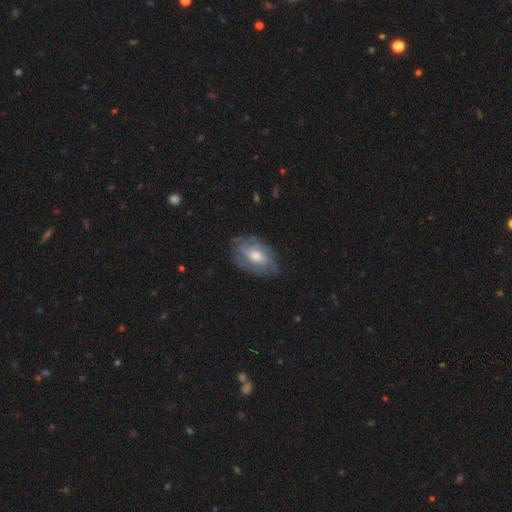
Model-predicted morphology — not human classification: The model was most divided on "bar": no: 52%, weak: 37%, strong: 10%. More confident: edge-on disk — no (94%); spiral arms — yes (77%); merging — none (68%); smooth or featured — featured or disk (66%); bulge size — moderate (64%).